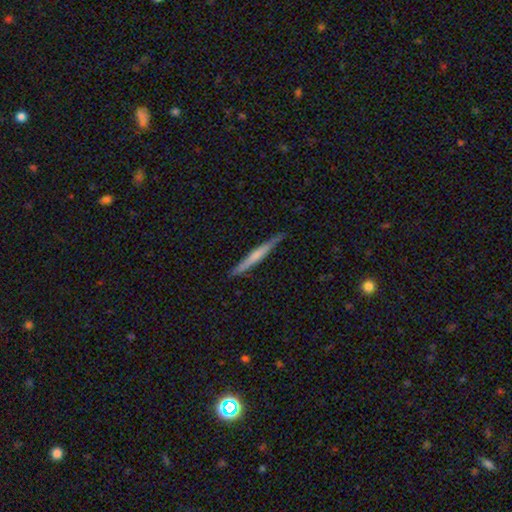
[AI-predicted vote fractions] Smooth or featured? Predicted: smooth (p=0.48). Merging? Predicted: none (p=0.87).